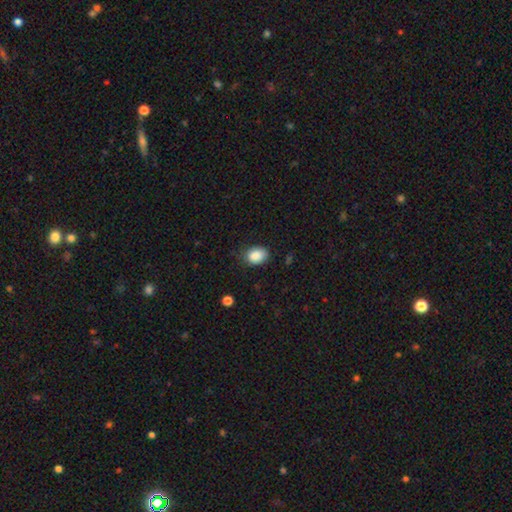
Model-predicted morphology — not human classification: Smooth or featured? smooth (88%)
How rounded? in between (73%)
Merging? none (74%)